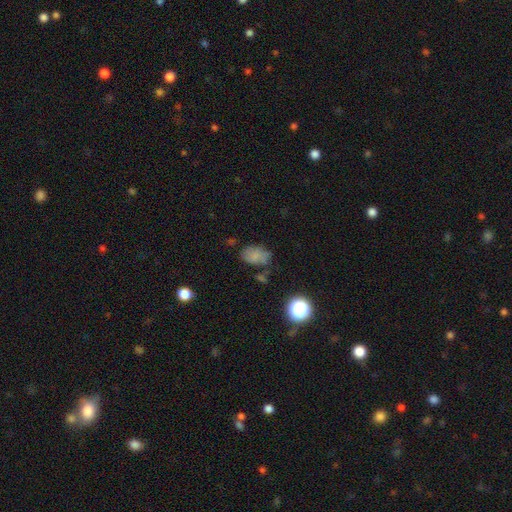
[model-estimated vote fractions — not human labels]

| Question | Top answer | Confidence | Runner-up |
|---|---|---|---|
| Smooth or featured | smooth | 73% | star or artifact (14%) |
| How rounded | in between | 83% | round (16%) |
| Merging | none | 60% | minor disturbance (24%) |